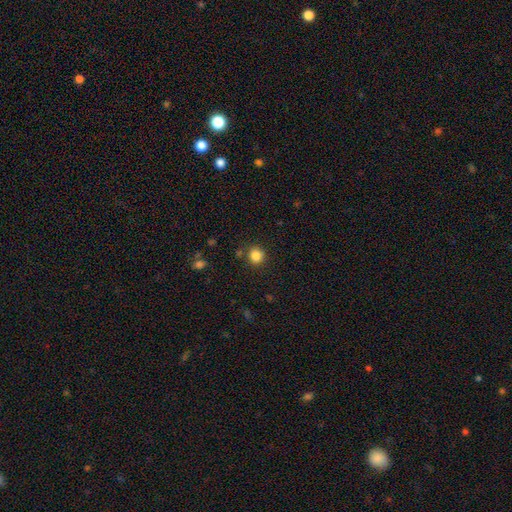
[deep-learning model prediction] Smooth or featured? Predicted: smooth (p=0.84). How rounded? Predicted: round (p=0.90). Merging? Predicted: none (p=0.86).